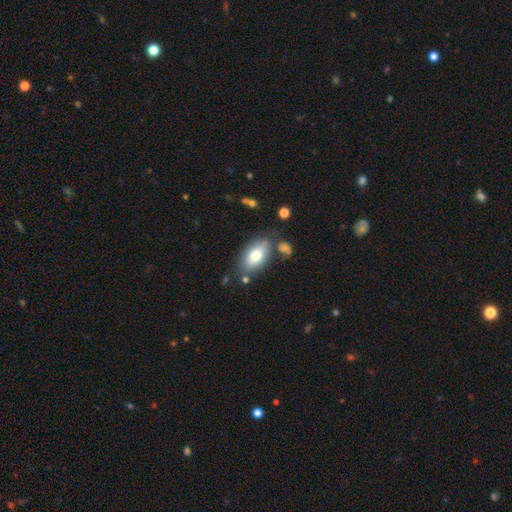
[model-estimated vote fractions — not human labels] This is likely a smooth galaxy (73%). How rounded: clearly in between (90%). Merging: likely none (72%).